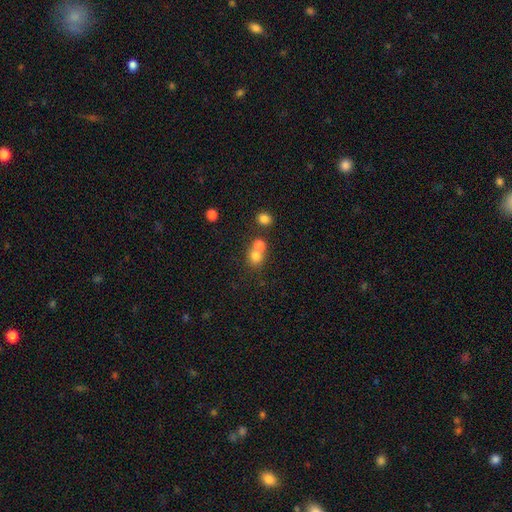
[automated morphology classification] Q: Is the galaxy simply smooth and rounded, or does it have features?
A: smooth — 75%.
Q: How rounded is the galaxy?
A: round — 79%.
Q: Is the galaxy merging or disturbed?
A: merger — 51%.